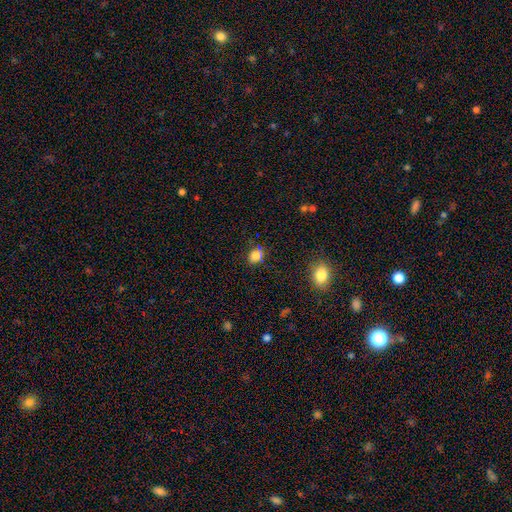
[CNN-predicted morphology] smooth_or_featured: smooth (p=0.76) [alt: star or artifact p=0.17]
how_rounded: round (p=0.65) [alt: in between p=0.34]
merging: none (p=0.75) [alt: minor disturbance p=0.15]